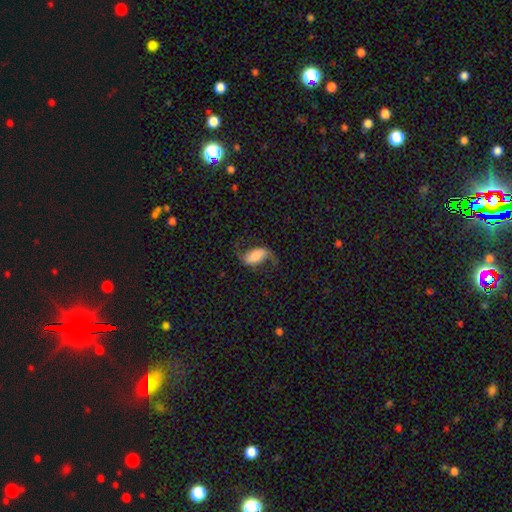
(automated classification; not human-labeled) Smooth or featured? featured or disk (68%)
Edge-on disk? no (95%)
Bar? no (40%)
Spiral arms? yes (94%)
Spiral winding? loose (80%)
Spiral arm count? 2 (92%)
Bulge size? large (28%)
Merging? none (68%)